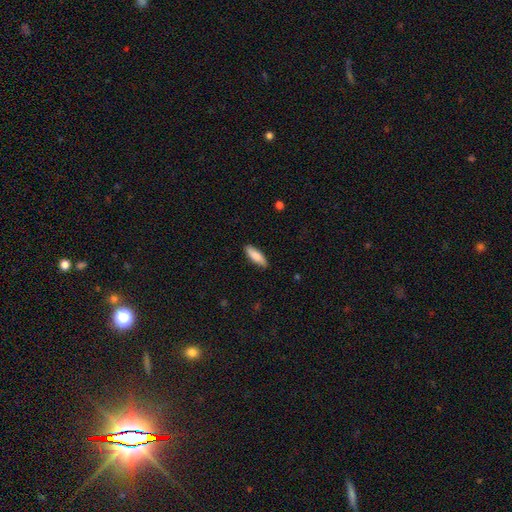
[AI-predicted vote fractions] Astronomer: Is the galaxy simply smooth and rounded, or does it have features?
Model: smooth — 86%.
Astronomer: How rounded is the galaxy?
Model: in between — 50% (runner-up: cigar-shaped, 48%).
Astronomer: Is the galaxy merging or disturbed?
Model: none — 87%.